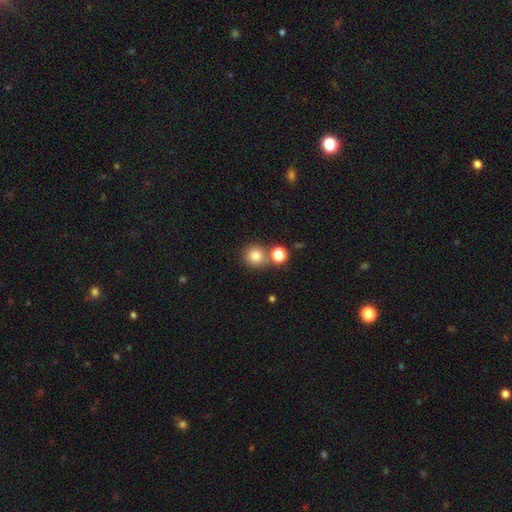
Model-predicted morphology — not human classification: Smooth or featured? Predicted: smooth (p=0.80). How rounded? Predicted: round (p=0.91). Merging? Predicted: none (p=0.67).